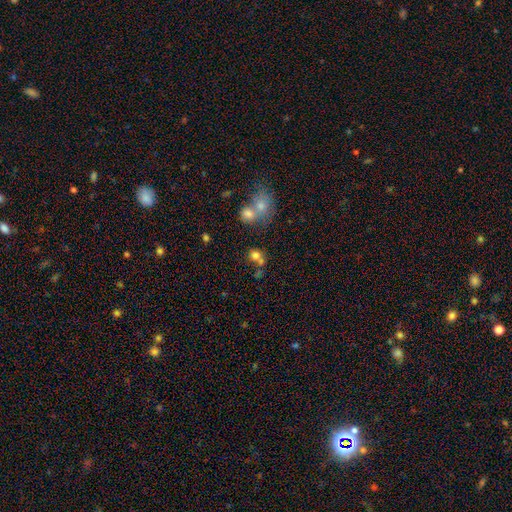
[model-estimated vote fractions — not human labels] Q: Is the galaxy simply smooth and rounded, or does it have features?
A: smooth — 73%.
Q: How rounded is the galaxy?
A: round — 74%.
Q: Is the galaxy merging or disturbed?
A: merger — 44%.